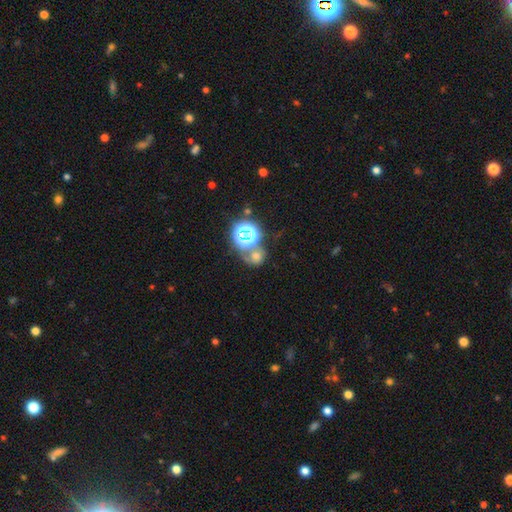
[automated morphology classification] Smooth or featured?
  - smooth: 42% *
  - star or artifact: 41%
  - featured or disk: 16%
Merging?
  - none: 42% *
  - merger: 36%
  - minor disturbance: 11%
  - major disturbance: 11%